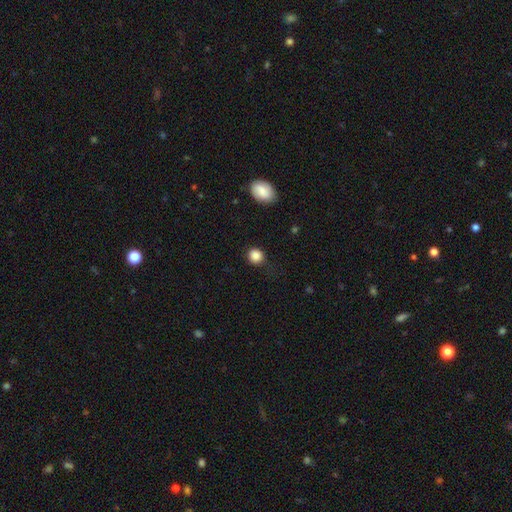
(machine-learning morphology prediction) Q: Smooth or featured?
A: smooth (86%); runner-up: star or artifact (10%)
Q: How rounded?
A: round (85%); runner-up: in between (14%)
Q: Merging?
A: none (80%); runner-up: minor disturbance (14%)